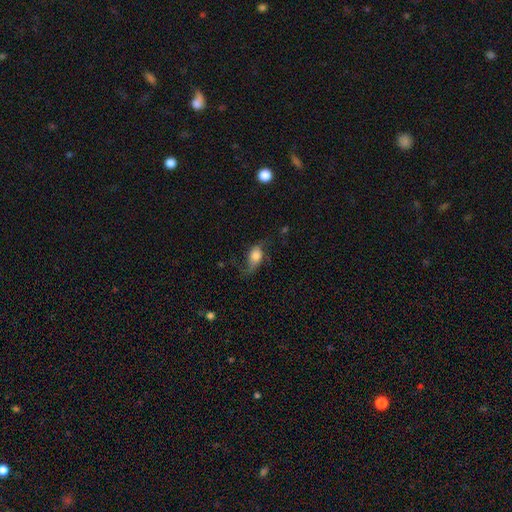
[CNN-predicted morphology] A smooth galaxy with no disk features (51%) that is in between round and cigar-shaped (82%). Merging: none (46%).